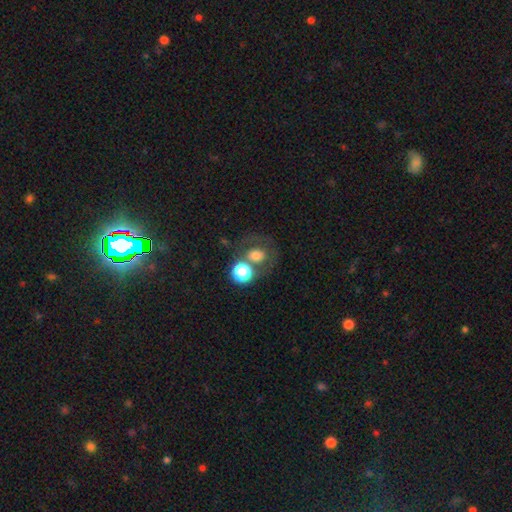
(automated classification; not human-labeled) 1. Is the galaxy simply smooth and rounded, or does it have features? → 66% smooth, 20% featured or disk, 15% star or artifact.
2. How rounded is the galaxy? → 69% round, 30% in between, 1% cigar-shaped.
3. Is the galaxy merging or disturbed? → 43% none, 36% merger, 11% minor disturbance, 10% major disturbance.